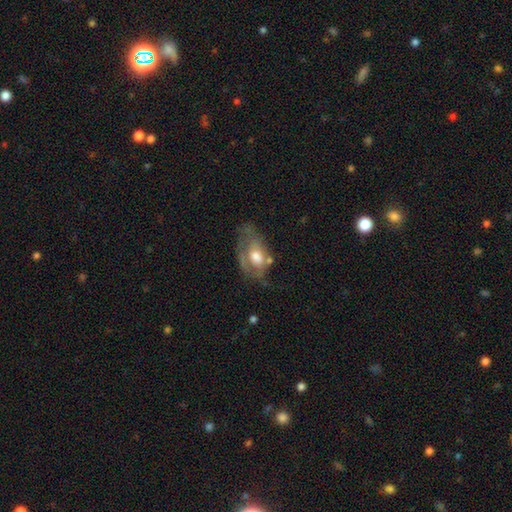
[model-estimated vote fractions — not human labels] This is possibly a featured or disk galaxy (52%). It is clearly not viewed edge-on (91%). Merging: marginally none (34%).